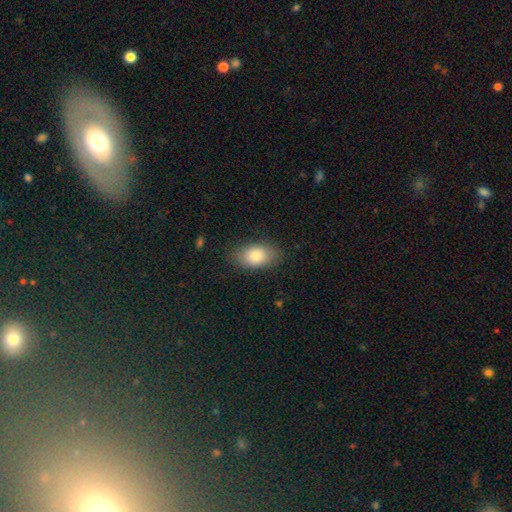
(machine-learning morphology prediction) A smooth galaxy with no disk features (84%) that is in between round and cigar-shaped (91%).

Vote fractions:
- Smooth or featured? smooth: 84% / featured or disk: 9% / star or artifact: 7%
- How rounded? in between: 91% / round: 7% / cigar-shaped: 2%
- Merging? none: 83% / minor disturbance: 13% / major disturbance: 3% / merger: 1%